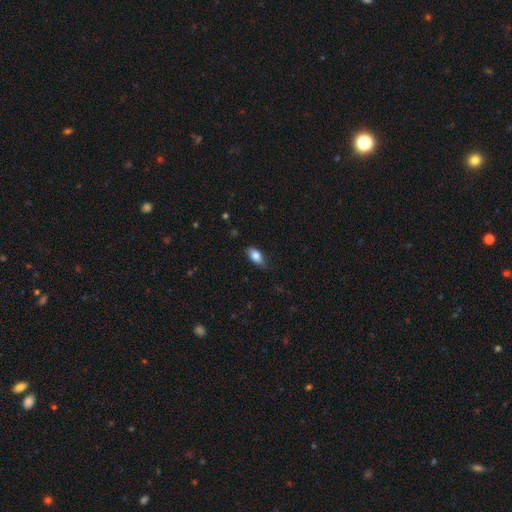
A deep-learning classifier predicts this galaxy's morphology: Q: Smooth or featured?
A: smooth (79%); runner-up: featured or disk (14%)
Q: How rounded?
A: in between (86%); runner-up: cigar-shaped (10%)
Q: Merging?
A: none (76%); runner-up: minor disturbance (20%)